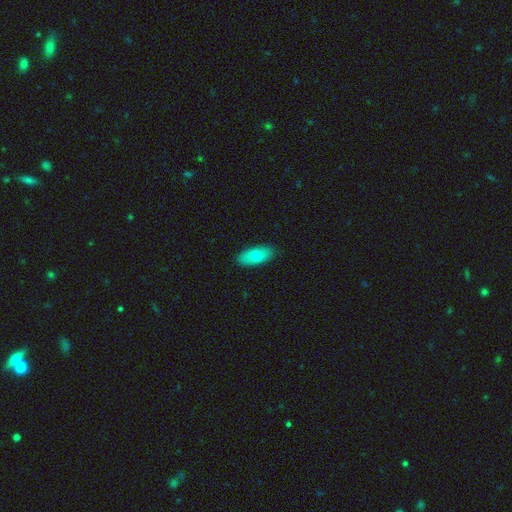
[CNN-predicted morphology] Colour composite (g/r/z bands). It shows a smooth galaxy with no disk features (75%) that is in between round and cigar-shaped (88%). Merging: none (88%).